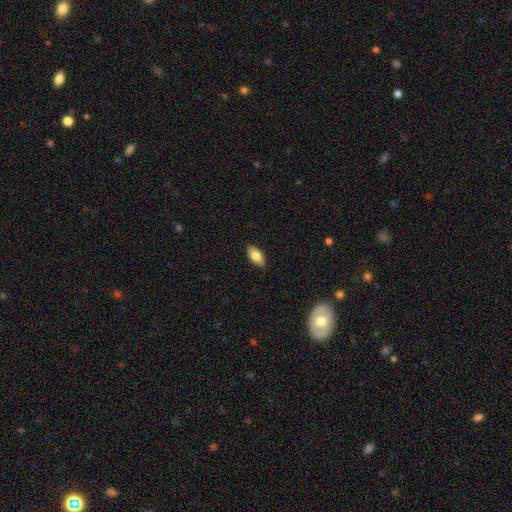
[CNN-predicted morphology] Overall: smooth (80%). How rounded: in between (90%). Merging: none (89%).